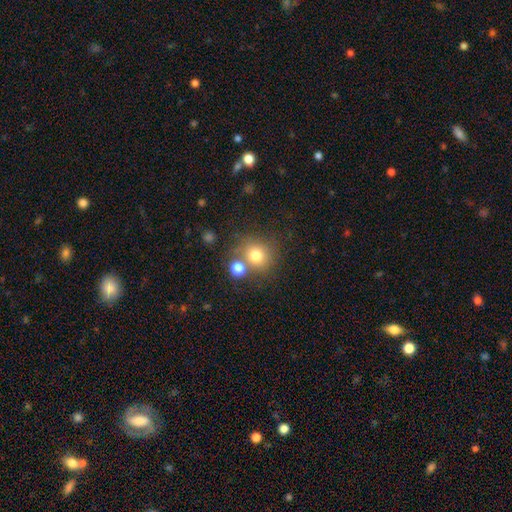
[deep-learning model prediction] Q: Smooth or featured?
A: smooth (76%); runner-up: star or artifact (14%)
Q: How rounded?
A: round (88%); runner-up: in between (11%)
Q: Merging?
A: none (63%); runner-up: merger (24%)